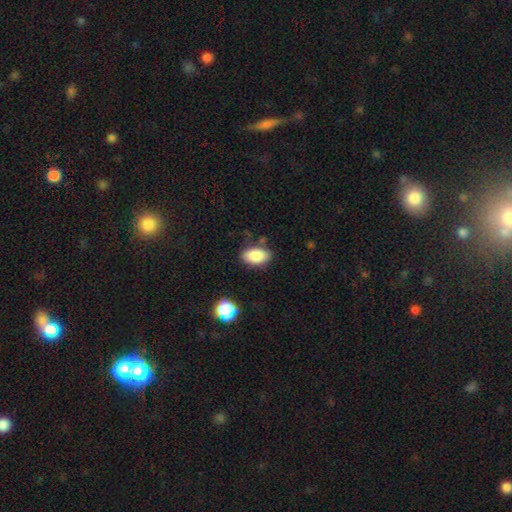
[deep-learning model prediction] This appears to be a smooth galaxy with no disk features (86%) that is in between round and cigar-shaped (91%). Merging: none (81%).